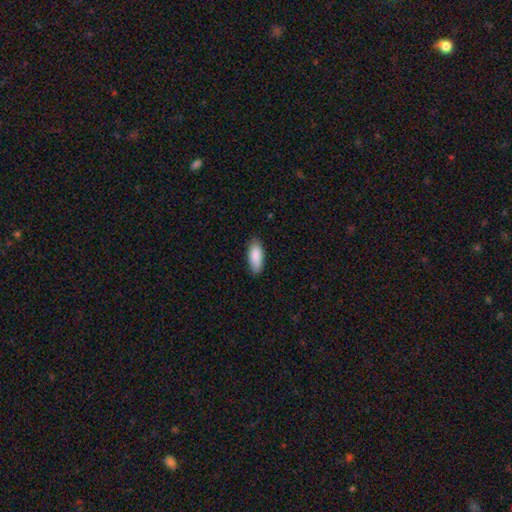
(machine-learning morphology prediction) Q: Smooth or featured?
A: smooth (88%); runner-up: featured or disk (6%)
Q: How rounded?
A: in between (79%); runner-up: cigar-shaped (20%)
Q: Merging?
A: none (83%); runner-up: minor disturbance (13%)